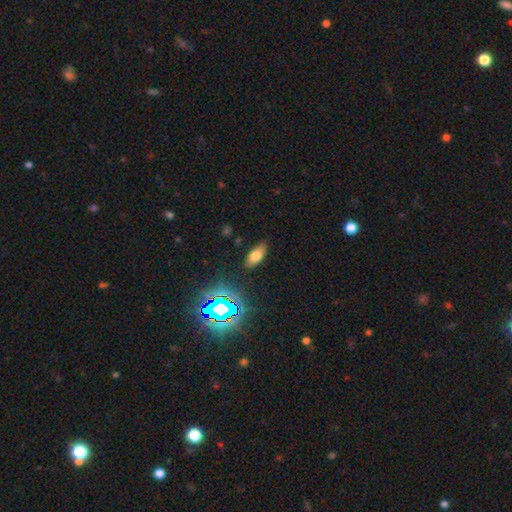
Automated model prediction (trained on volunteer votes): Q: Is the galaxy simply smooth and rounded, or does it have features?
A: smooth — 69%.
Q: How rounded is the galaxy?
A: in between — 86%.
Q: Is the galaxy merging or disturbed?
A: none — 84%.